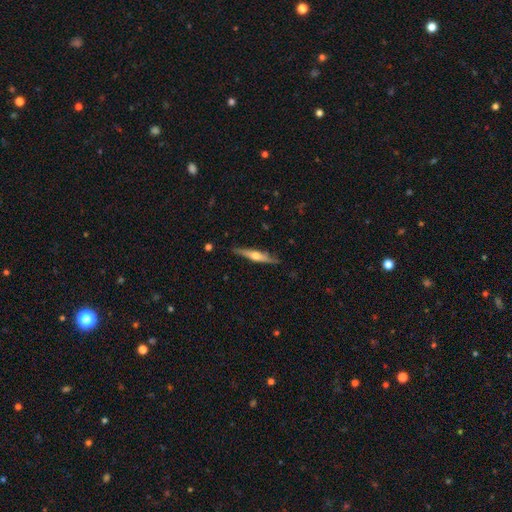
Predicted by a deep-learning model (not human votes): Smooth or featured? featured or disk (65%)
Edge-on disk? yes (96%)
Edge-on bulge? rounded (89%)
Merging? none (86%)